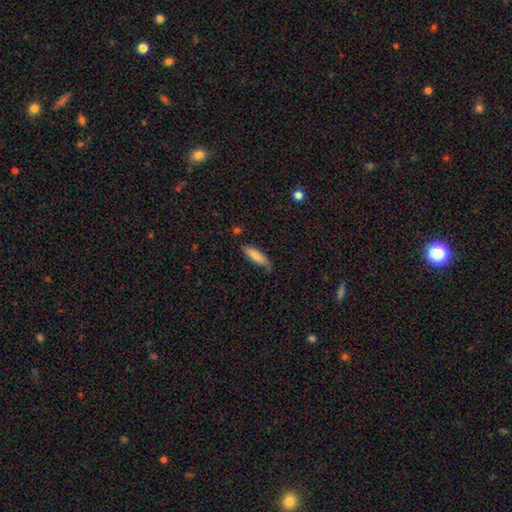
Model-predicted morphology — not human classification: smooth 83%, featured or disk 10%, star or artifact 6%. Down the decision tree: how rounded — cigar-shaped (63%); merging — none (70%).